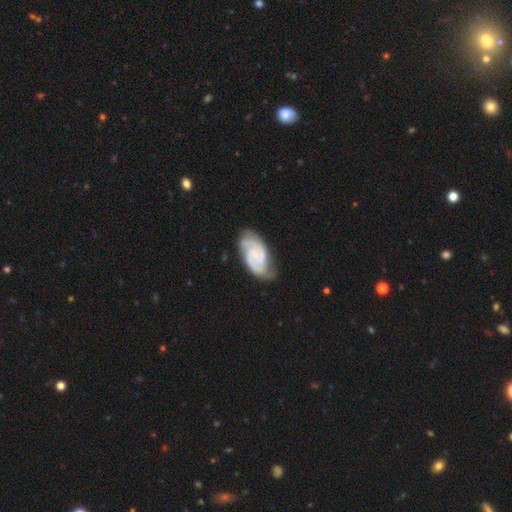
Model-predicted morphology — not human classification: smooth_or_featured: featured or disk (p=0.85) [alt: smooth p=0.10]
disk_edge_on: no (p=0.98) [alt: yes p=0.02]
bar: no (p=0.52) [alt: weak p=0.39]
has_spiral_arms: yes (p=0.98) [alt: no p=0.02]
spiral_winding: tight (p=0.54) [alt: medium p=0.39]
spiral_arm_count: 2 (p=0.68) [alt: 3 p=0.17]
bulge_size: small (p=0.54) [alt: none p=0.31]
merging: none (p=0.71) [alt: minor disturbance p=0.21]